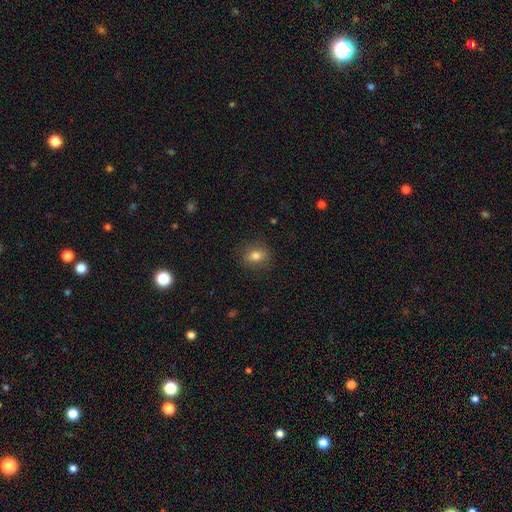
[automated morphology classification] smooth_or_featured: smooth (p=0.79) [alt: featured or disk p=0.10]
how_rounded: in between (p=0.58) [alt: round p=0.40]
merging: none (p=0.85) [alt: minor disturbance p=0.11]